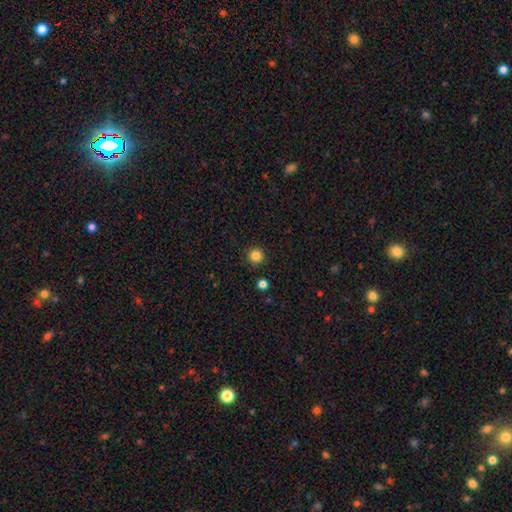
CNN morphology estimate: Smooth or featured? Predicted: smooth (p=0.84). How rounded? Predicted: round (p=0.96). Merging? Predicted: none (p=0.92).